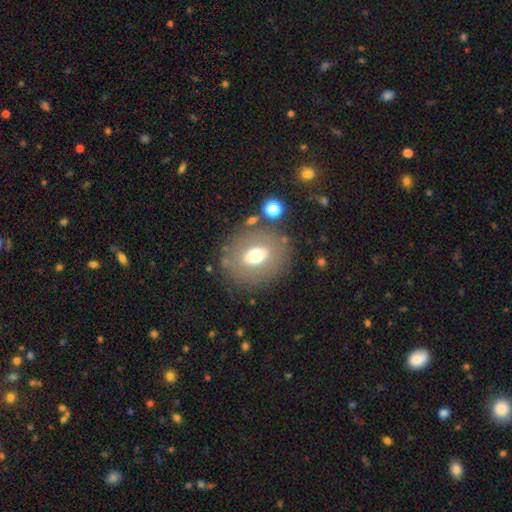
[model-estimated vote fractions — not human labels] Morphology: type=smooth (57%); roundness=round (59%); merging=none (78%).